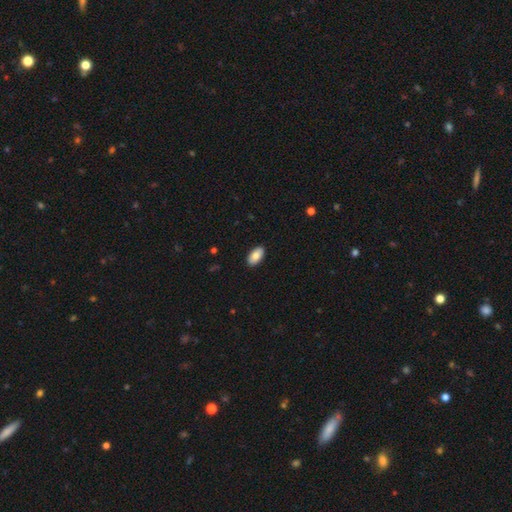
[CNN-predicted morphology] The model was most divided on "smooth or featured": smooth: 81%, featured or disk: 13%, star or artifact: 6%. More confident: how rounded — in between (95%); merging — none (89%).